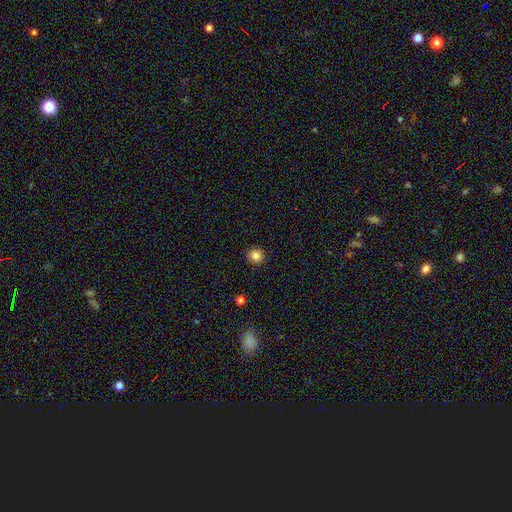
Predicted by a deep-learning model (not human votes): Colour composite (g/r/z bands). It shows a smooth galaxy with no disk features (83%) that is round (92%). Merging: none (93%).